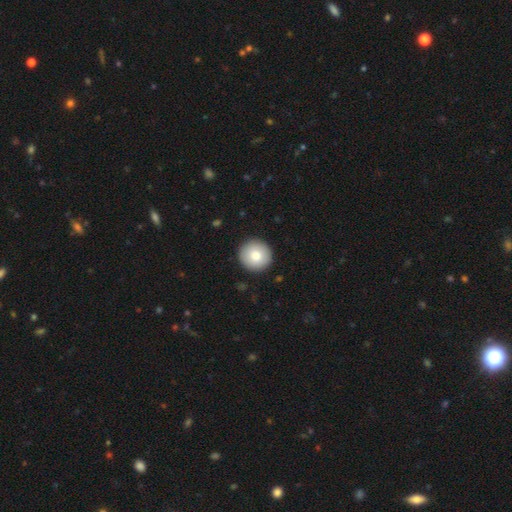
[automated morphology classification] type=smooth (82%); roundness=round (94%); merging=none (92%).